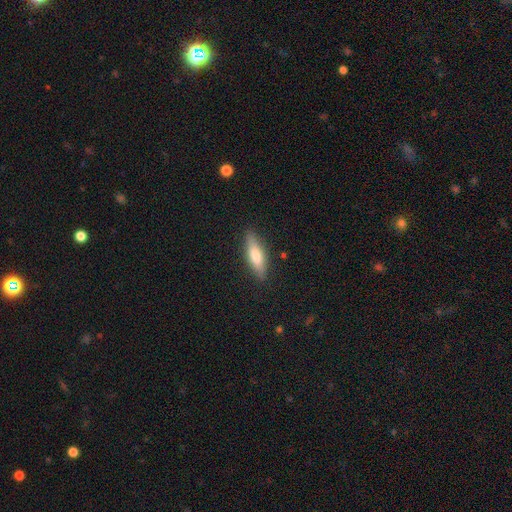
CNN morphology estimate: Smooth or featured? Predicted: smooth (p=0.60). How rounded? Predicted: cigar-shaped (p=0.67). Merging? Predicted: none (p=0.87).